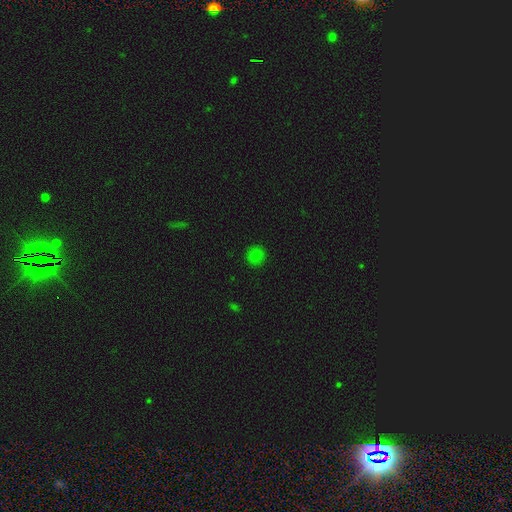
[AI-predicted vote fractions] smooth-or-featured: smooth: 80% | star or artifact: 14% | featured or disk: 6%
  how-rounded: round: 88% | in between: 11% | cigar-shaped: 1%
  merging: none: 90% | minor disturbance: 7% | major disturbance: 2% | merger: 1%